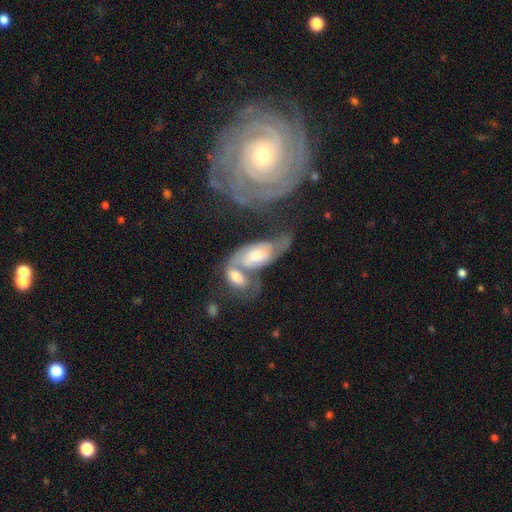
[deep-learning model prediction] A featured or disk galaxy (62%) with no bar (60%), spiral arms (80%) and a moderate central bulge (54%).

Vote fractions:
- Smooth or featured? featured or disk: 62% / smooth: 30% / star or artifact: 7%
- Edge-on disk? no: 90% / yes: 10%
- Bar? no: 60% / weak: 30% / strong: 9%
- Spiral arms? yes: 80% / no: 20%
- Bulge size? moderate: 54% / small: 23% / large: 17% / none: 4% / dominant: 2%
- Merging? merger: 55% / none: 22% / minor disturbance: 12% / major disturbance: 11%